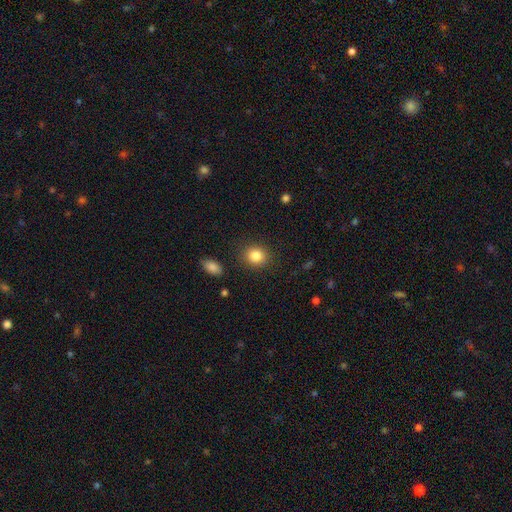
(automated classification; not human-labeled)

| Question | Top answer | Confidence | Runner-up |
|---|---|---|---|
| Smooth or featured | smooth | 84% | star or artifact (10%) |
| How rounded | round | 73% | in between (26%) |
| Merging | none | 88% | minor disturbance (7%) |